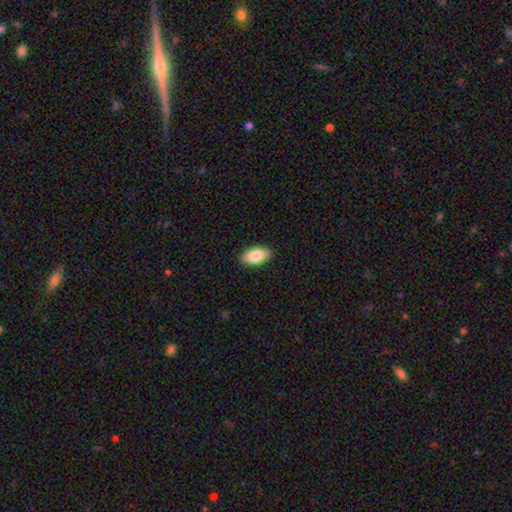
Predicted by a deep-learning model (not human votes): Smooth or featured? smooth (84%)
How rounded? in between (94%)
Merging? none (90%)